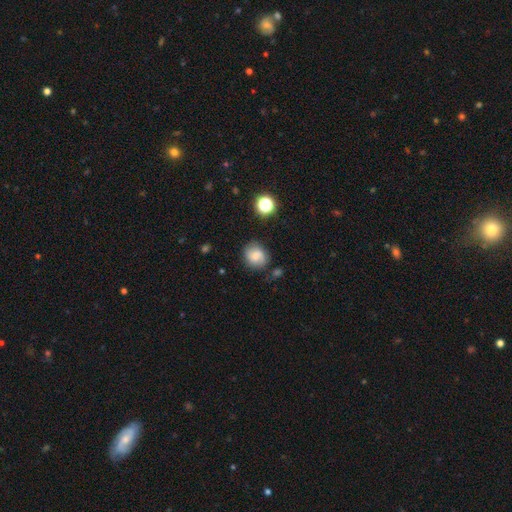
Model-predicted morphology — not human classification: smooth-or-featured: smooth: 65% | featured or disk: 24% | star or artifact: 11%
  how-rounded: round: 73% | in between: 26% | cigar-shaped: 1%
  merging: none: 75% | minor disturbance: 17% | major disturbance: 5% | merger: 3%